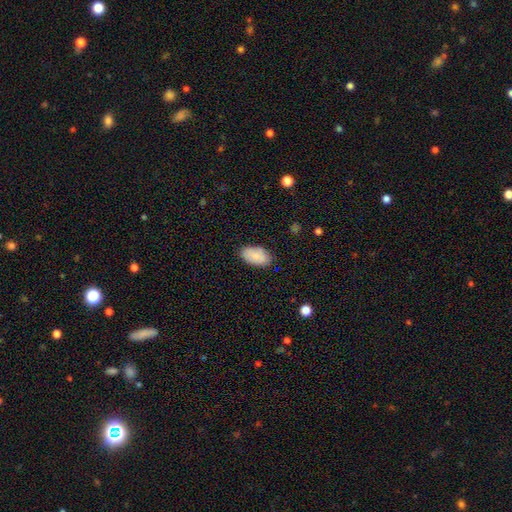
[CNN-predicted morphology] type=smooth (83%); roundness=in between (95%); merging=none (83%).